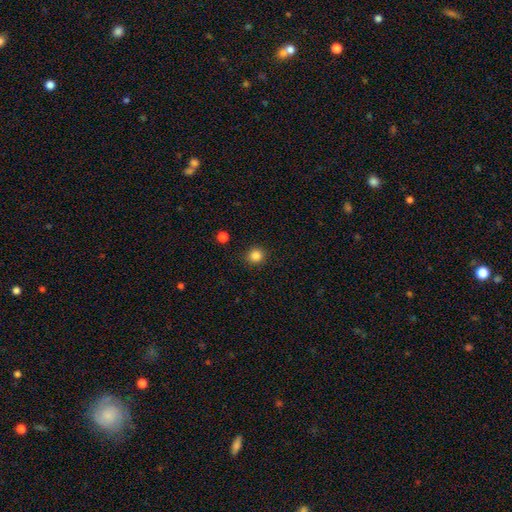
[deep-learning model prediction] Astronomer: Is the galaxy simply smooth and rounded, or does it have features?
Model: smooth — 85%.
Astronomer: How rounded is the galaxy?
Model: round — 89%.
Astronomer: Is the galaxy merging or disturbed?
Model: none — 90%.